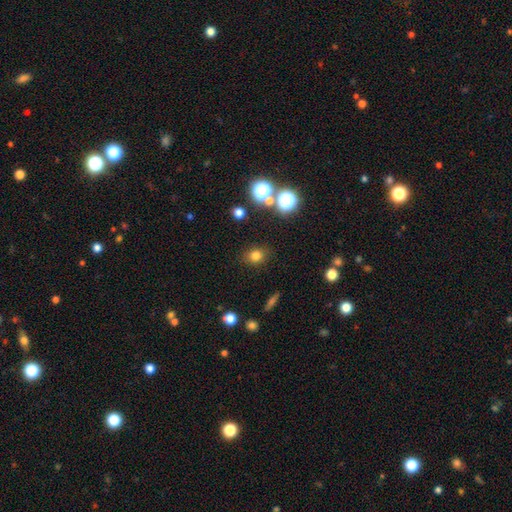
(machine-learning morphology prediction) This is likely a smooth galaxy (75%). How rounded: likely round (68%). Merging: clearly none (84%).